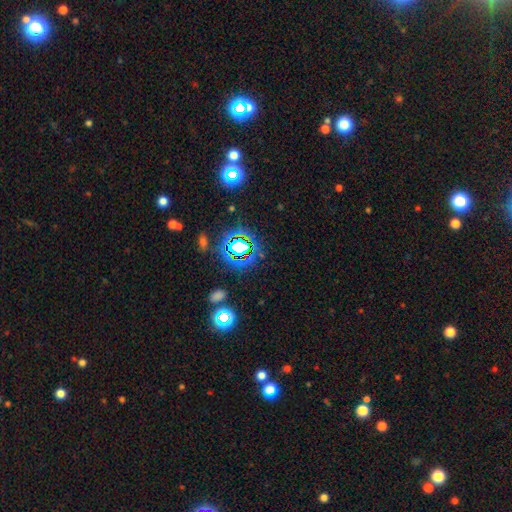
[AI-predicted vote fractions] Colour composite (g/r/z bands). It shows a star or artifact, not a galaxy (68%).